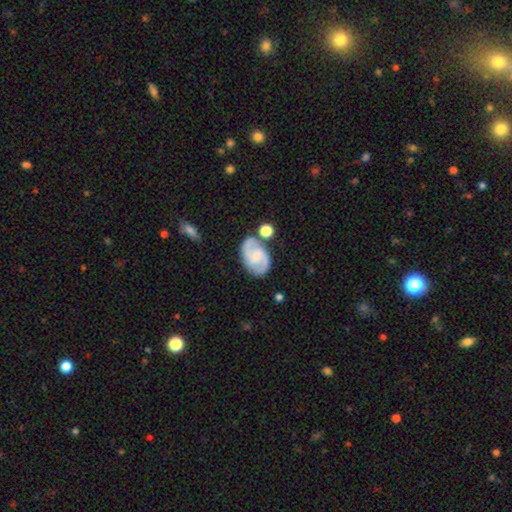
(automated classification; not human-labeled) smooth_or_featured: featured or disk (p=0.74) [alt: smooth p=0.20]
disk_edge_on: no (p=0.97) [alt: yes p=0.03]
bar: weak (p=0.50) [alt: no p=0.35]
has_spiral_arms: yes (p=0.93) [alt: no p=0.07]
spiral_winding: medium (p=0.52) [alt: tight p=0.29]
spiral_arm_count: 2 (p=0.89) [alt: can't tell p=0.06]
bulge_size: small (p=0.50) [alt: moderate p=0.25]
merging: none (p=0.72) [alt: minor disturbance p=0.15]